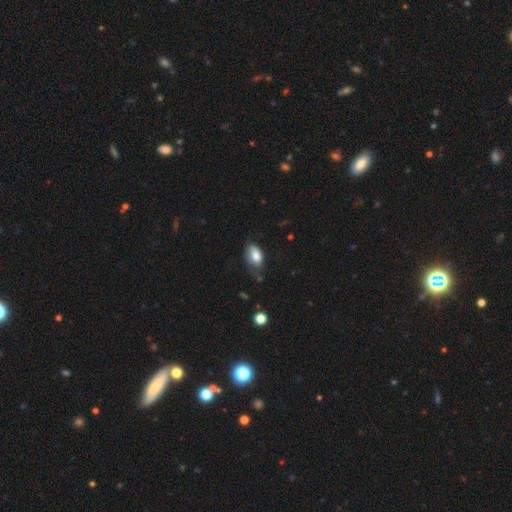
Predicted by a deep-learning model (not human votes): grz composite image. It shows a smooth galaxy with no disk features (75%) that is in between round and cigar-shaped (89%). Merging: minor disturbance (41%).